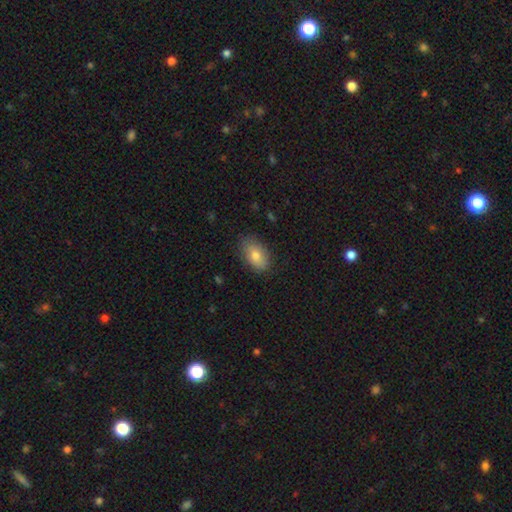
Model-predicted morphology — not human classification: A smooth galaxy with no disk features (79%) that is in between round and cigar-shaped (91%).

Vote fractions:
- Smooth or featured? smooth: 79% / featured or disk: 13% / star or artifact: 8%
- How rounded? in between: 91% / round: 7% / cigar-shaped: 2%
- Merging? none: 82% / minor disturbance: 14% / major disturbance: 3% / merger: 1%